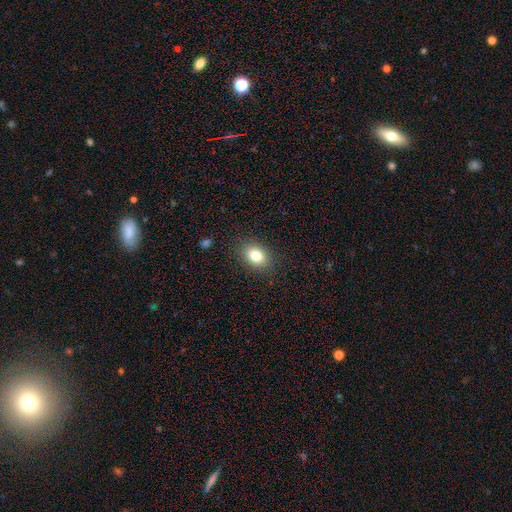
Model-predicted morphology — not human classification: The model was most divided on "how rounded": in between: 70%, round: 29%, cigar-shaped: 1%. More confident: merging — none (87%); smooth or featured — smooth (81%).